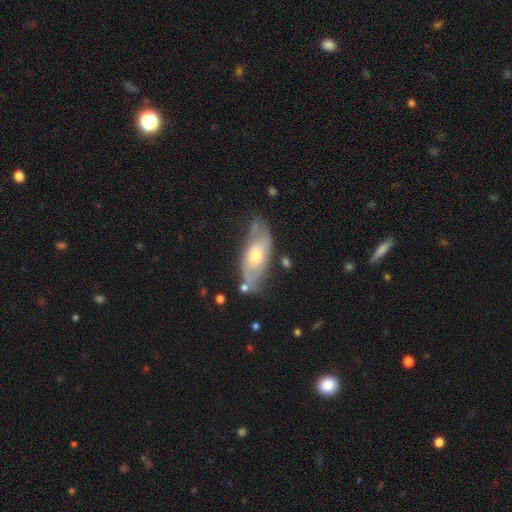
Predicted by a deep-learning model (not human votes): Smooth or featured: featured or disk — 64% (smooth — 29%)
Edge-on disk: no — 84% (yes — 16%)
Bar: no — 72% (weak — 22%)
Spiral arms: yes — 71% (no — 29%)
Bulge size: moderate — 57% (small — 35%)
Merging: none — 62% (minor disturbance — 23%)